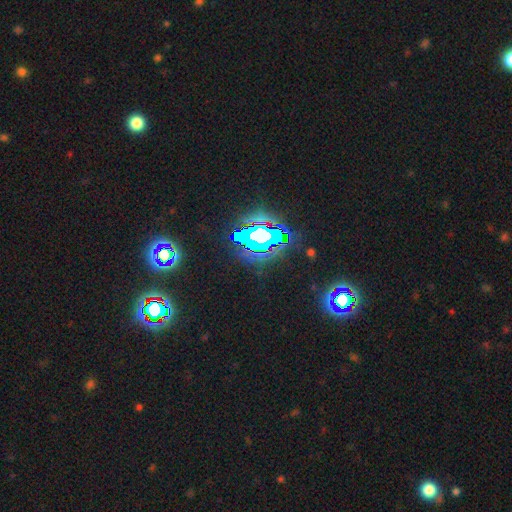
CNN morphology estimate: Smooth or featured? Predicted: star or artifact (p=0.83).